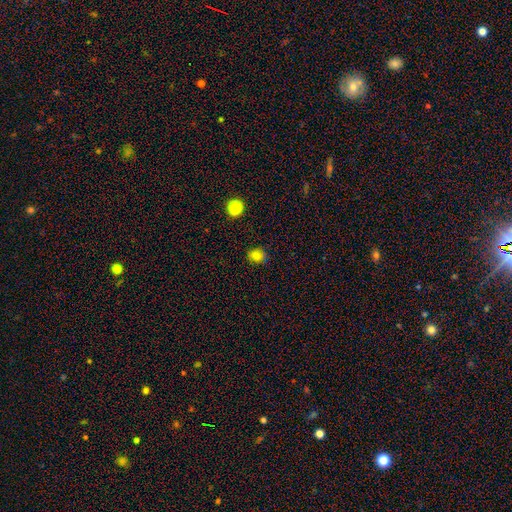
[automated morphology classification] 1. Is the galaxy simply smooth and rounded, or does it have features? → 78% smooth, 15% star or artifact, 8% featured or disk.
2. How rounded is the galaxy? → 66% round, 33% in between, 1% cigar-shaped.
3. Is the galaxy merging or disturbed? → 78% none, 16% minor disturbance, 4% major disturbance, 2% merger.